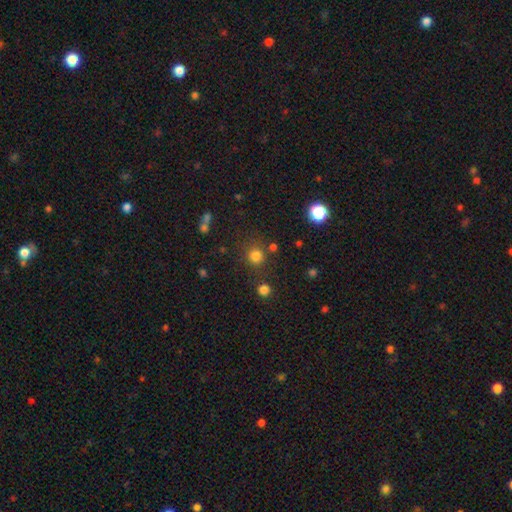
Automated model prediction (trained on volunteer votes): This is likely a smooth galaxy (79%). How rounded: clearly round (91%). Merging: likely none (79%).